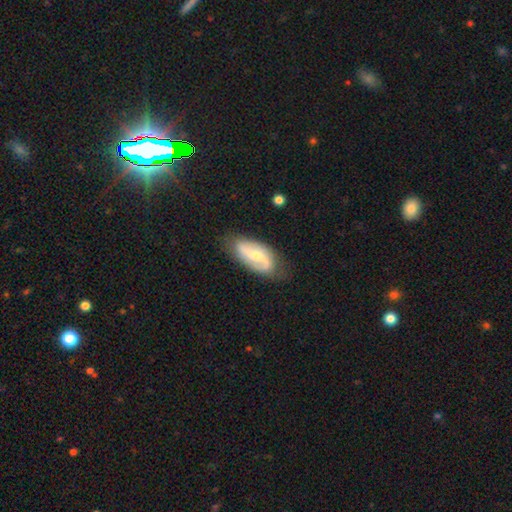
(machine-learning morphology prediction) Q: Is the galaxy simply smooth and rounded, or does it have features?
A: featured or disk — 77%.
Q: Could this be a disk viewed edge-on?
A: no — 95%.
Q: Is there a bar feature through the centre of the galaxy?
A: weak — 44%.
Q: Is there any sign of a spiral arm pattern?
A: yes — 93%.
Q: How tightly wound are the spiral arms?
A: loose — 46%.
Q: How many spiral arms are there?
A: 2 — 87%.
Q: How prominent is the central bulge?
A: small — 48%.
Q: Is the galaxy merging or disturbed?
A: none — 75%.